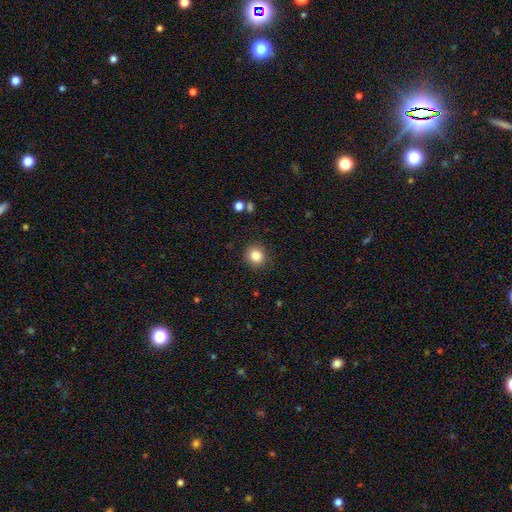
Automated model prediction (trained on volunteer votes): A smooth galaxy with no disk features (85%) that is round (87%). Merging: none (87%).